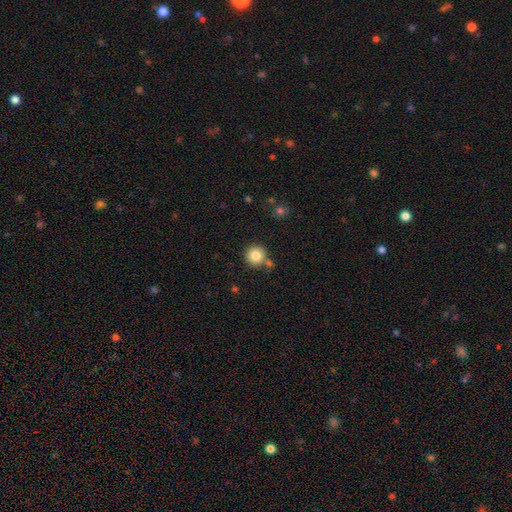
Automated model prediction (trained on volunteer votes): Q: Smooth or featured?
A: smooth (83%); runner-up: star or artifact (10%)
Q: How rounded?
A: round (95%); runner-up: in between (4%)
Q: Merging?
A: none (79%); runner-up: merger (10%)